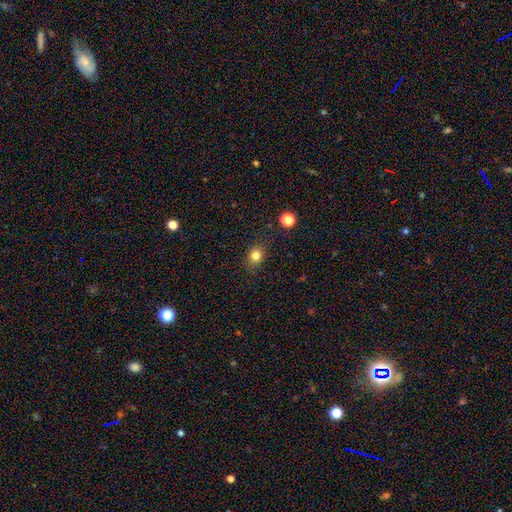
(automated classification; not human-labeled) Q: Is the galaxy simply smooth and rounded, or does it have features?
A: smooth — 81%.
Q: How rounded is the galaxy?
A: round — 60%.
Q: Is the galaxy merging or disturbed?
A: none — 84%.